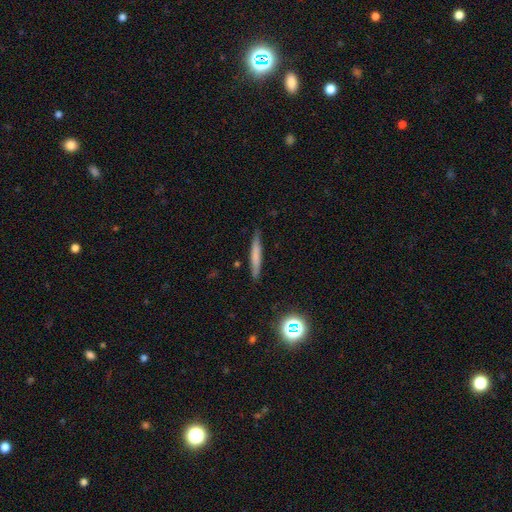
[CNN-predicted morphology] smooth 63%, featured or disk 28%, star or artifact 9%. Down the decision tree: how rounded — cigar-shaped (94%); merging — none (86%).